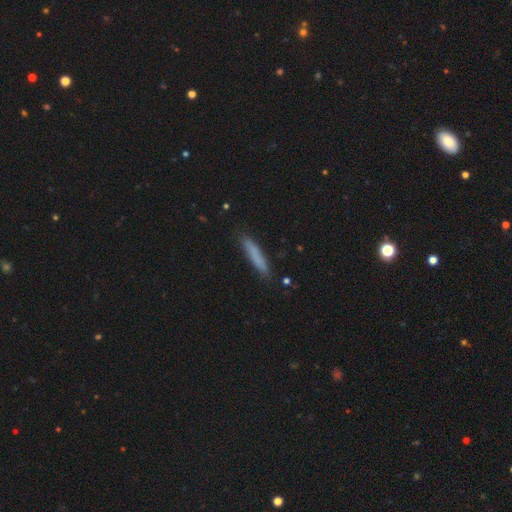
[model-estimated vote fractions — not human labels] Overall: smooth (77%). How rounded: cigar-shaped (93%). Merging: none (86%).